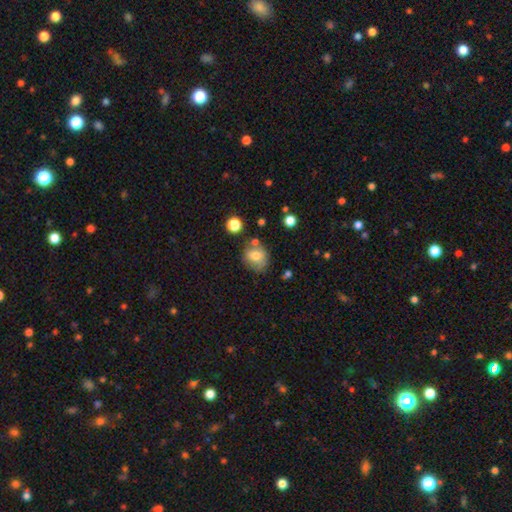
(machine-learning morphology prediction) Smooth or featured? smooth (72%)
How rounded? round (62%)
Merging? none (60%)